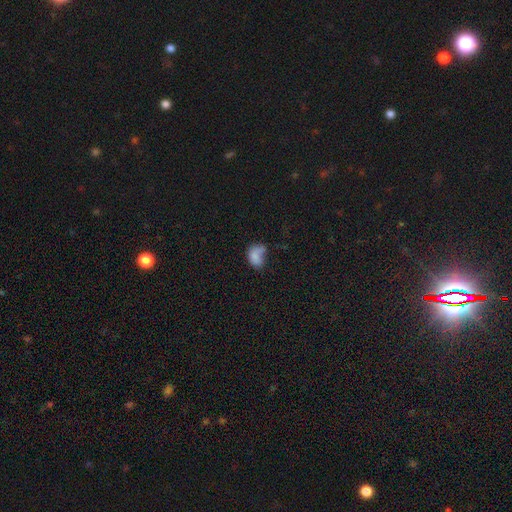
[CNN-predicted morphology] Overall: smooth (74%). How rounded: in between (76%). Merging: none (30%; major disturbance 26%).